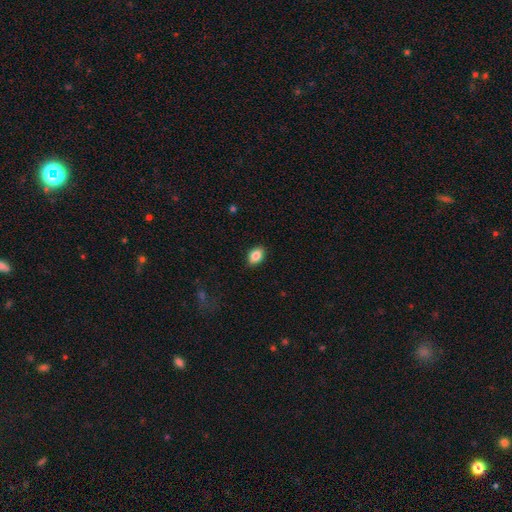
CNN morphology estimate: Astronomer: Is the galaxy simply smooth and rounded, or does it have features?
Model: smooth — 85%.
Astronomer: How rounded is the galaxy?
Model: in between — 85%.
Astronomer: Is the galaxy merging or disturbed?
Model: none — 88%.